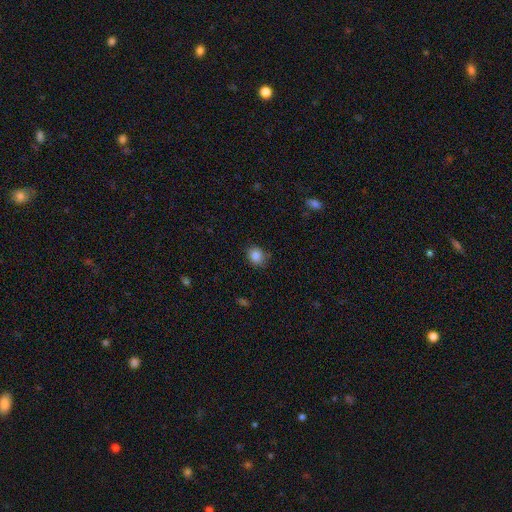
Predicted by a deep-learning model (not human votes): Overall: smooth (85%). How rounded: round (66%; in between 33%). Merging: none (78%).